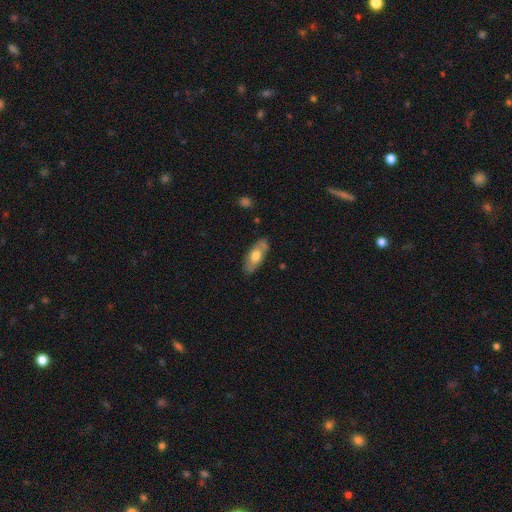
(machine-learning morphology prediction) type=smooth (57%); roundness=in between (83%); merging=none (77%).